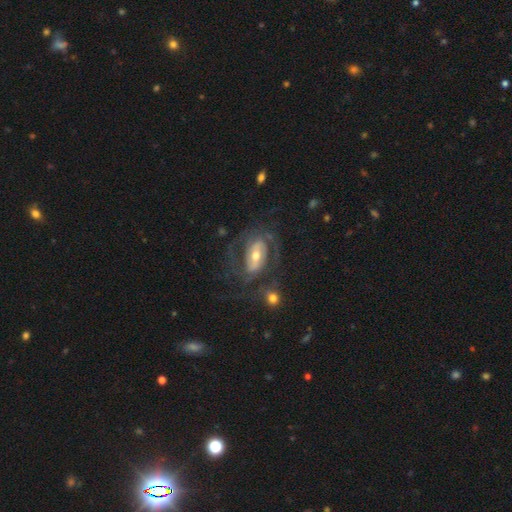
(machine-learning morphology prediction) This appears to be a featured or disk galaxy (78%) with a weak bar (36%, tied with strong), 2 (65%) medium (45%) spiral arms (84%) and a moderate central bulge (62%). Merging: none (57%).